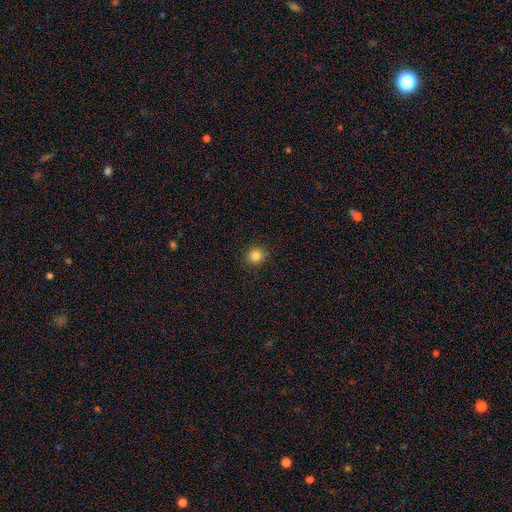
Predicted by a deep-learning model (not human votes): Smooth or featured: smooth — 84% (star or artifact — 12%)
How rounded: round — 90% (in between — 9%)
Merging: none — 90% (minor disturbance — 7%)